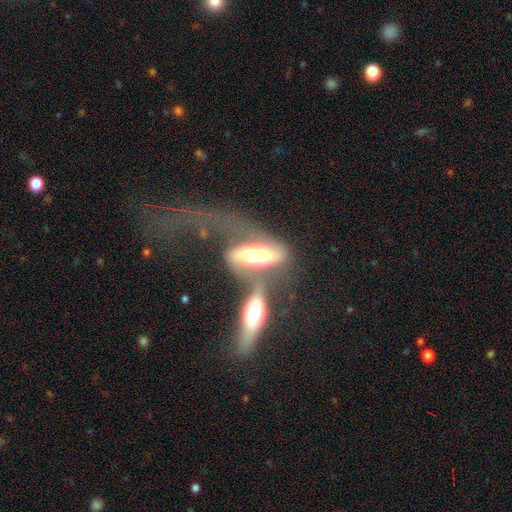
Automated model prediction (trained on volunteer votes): Smooth or featured?
  - featured or disk: 57% *
  - smooth: 37%
  - star or artifact: 6%
Edge-on disk?
  - no: 59% *
  - yes: 41%
Merging?
  - merger: 60% *
  - major disturbance: 17%
  - none: 15%
  - minor disturbance: 8%